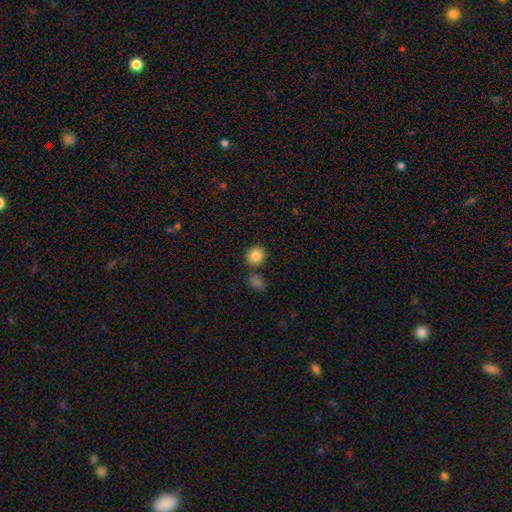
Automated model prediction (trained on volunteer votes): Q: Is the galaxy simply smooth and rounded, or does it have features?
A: smooth — 85%.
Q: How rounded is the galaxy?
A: round — 82%.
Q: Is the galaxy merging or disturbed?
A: none — 78%.